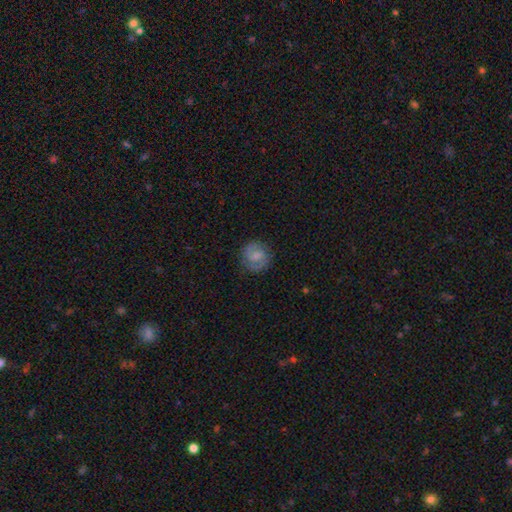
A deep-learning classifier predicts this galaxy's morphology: Q: Smooth or featured?
A: featured or disk (52%); runner-up: smooth (41%)
Q: Edge-on disk?
A: no (98%); runner-up: yes (2%)
Q: Bar?
A: weak (54%); runner-up: no (29%)
Q: Spiral arms?
A: yes (86%); runner-up: no (14%)
Q: Bulge size?
A: none (36%); runner-up: small (33%)
Q: Merging?
A: none (79%); runner-up: minor disturbance (14%)